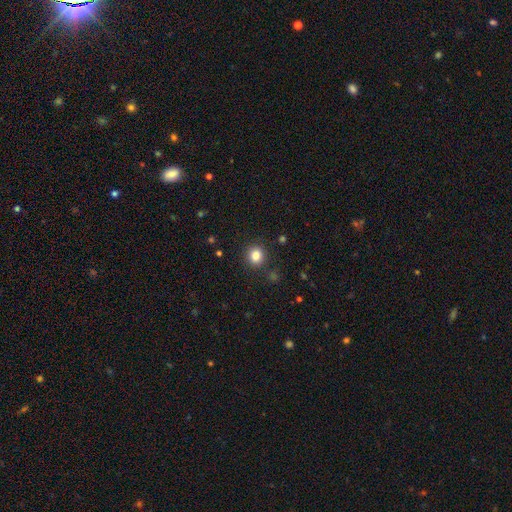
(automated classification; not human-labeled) This is clearly a smooth galaxy (83%). How rounded: clearly round (89%). Merging: clearly none (89%).